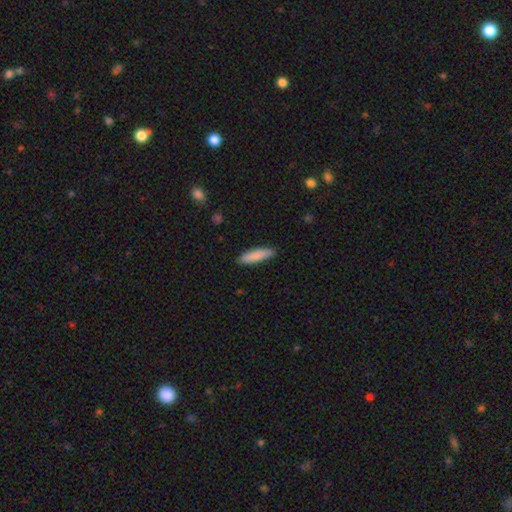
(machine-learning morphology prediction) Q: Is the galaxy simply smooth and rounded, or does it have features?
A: smooth — 86%.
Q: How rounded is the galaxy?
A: cigar-shaped — 72%.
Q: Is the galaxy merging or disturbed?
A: none — 89%.